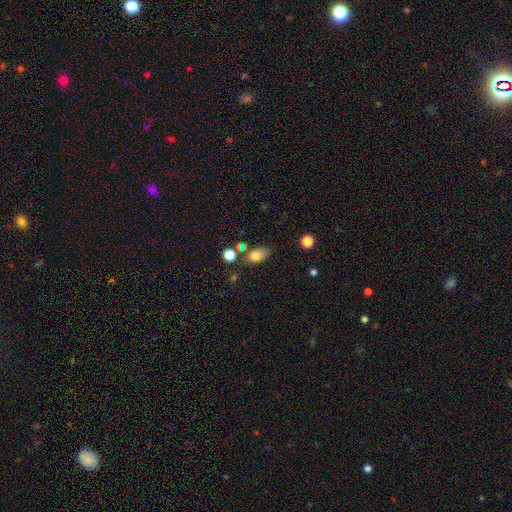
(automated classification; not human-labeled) Overall: smooth (81%). How rounded: in between (82%). Merging: none (55%; minor disturbance 25%).